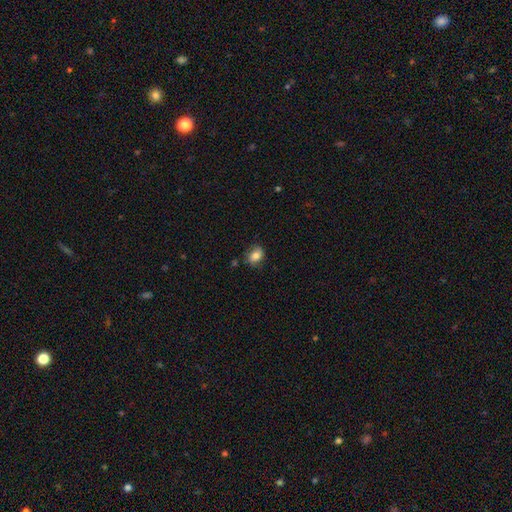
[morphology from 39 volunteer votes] A smooth galaxy with no disk features (82%) that is round (50%, tied with in between).

Vote fractions:
- Smooth or featured? smooth: 82% / star or artifact: 10% / featured or disk: 8%
- How rounded? round: 50% (tied) / in between: 50% (tied) / cigar-shaped: 0%
- Merging? none: 69% / minor disturbance: 23% / major disturbance: 6% / merger: 3%